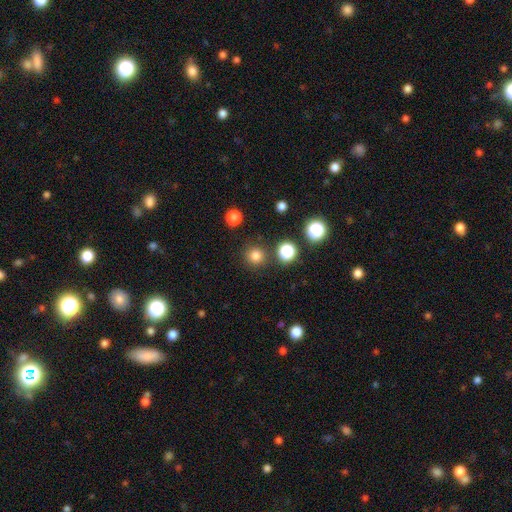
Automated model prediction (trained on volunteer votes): Overall: smooth (79%). How rounded: round (95%). Merging: none (88%).